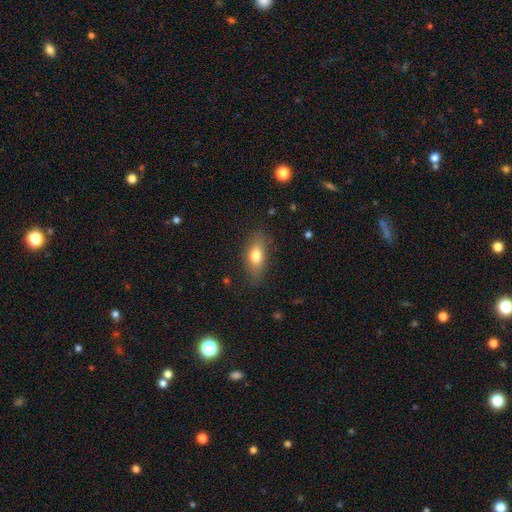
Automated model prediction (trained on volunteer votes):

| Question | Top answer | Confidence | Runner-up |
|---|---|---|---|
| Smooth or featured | smooth | 73% | featured or disk (19%) |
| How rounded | in between | 74% | cigar-shaped (20%) |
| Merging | none | 79% | minor disturbance (16%) |